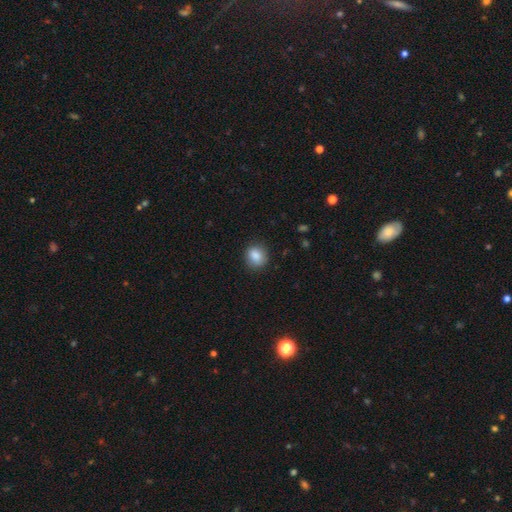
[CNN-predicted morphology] type=smooth (85%); roundness=round (71%); merging=none (83%).